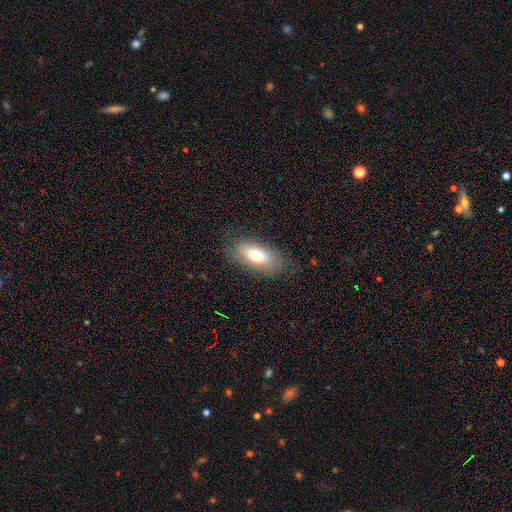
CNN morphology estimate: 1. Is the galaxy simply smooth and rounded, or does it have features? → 69% smooth, 23% featured or disk, 8% star or artifact.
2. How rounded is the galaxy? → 88% in between, 8% cigar-shaped, 4% round.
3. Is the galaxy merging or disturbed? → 78% none, 15% minor disturbance, 6% major disturbance, 1% merger.